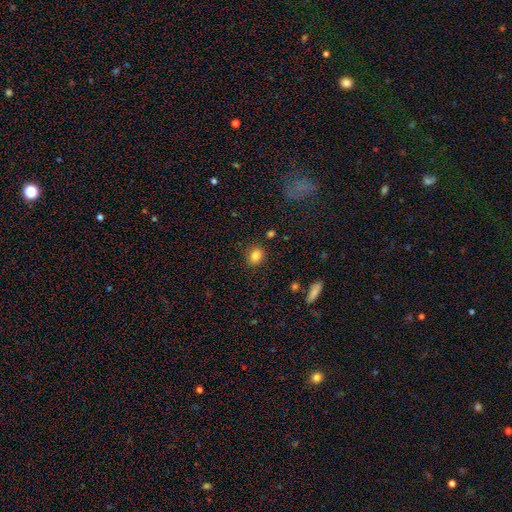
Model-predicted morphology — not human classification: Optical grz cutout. It shows a smooth galaxy with no disk features (84%) that is round (56%). Merging: none (86%).